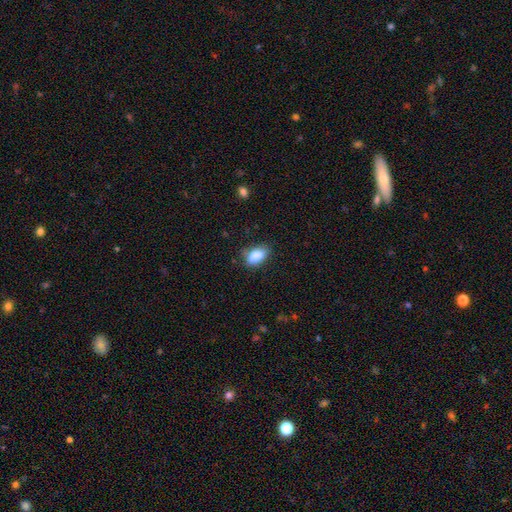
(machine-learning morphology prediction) smooth-or-featured: smooth: 86% | star or artifact: 8% | featured or disk: 6%
  how-rounded: in between: 89% | round: 7% | cigar-shaped: 4%
  merging: none: 71% | minor disturbance: 22% | major disturbance: 5% | merger: 2%